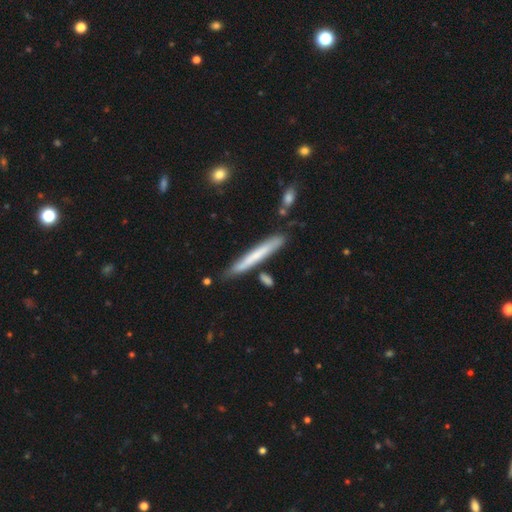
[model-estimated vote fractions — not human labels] Q: Smooth or featured?
A: smooth (56%); runner-up: featured or disk (38%)
Q: How rounded?
A: cigar-shaped (96%); runner-up: in between (3%)
Q: Merging?
A: none (78%); runner-up: minor disturbance (14%)